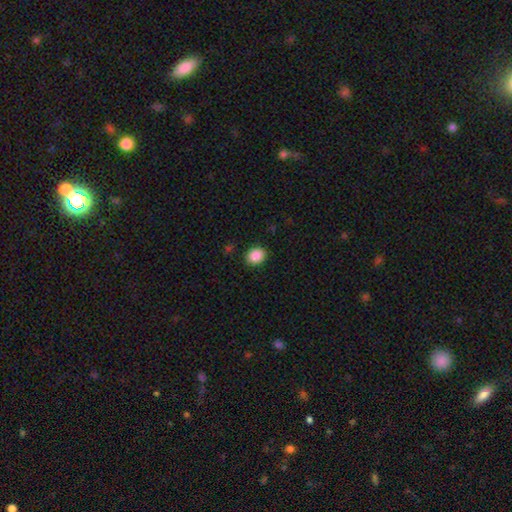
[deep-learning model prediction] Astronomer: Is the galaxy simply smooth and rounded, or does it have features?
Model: smooth — 89%.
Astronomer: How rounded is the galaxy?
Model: round — 51% (runner-up: in between, 48%).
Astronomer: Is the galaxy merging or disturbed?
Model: none — 90%.